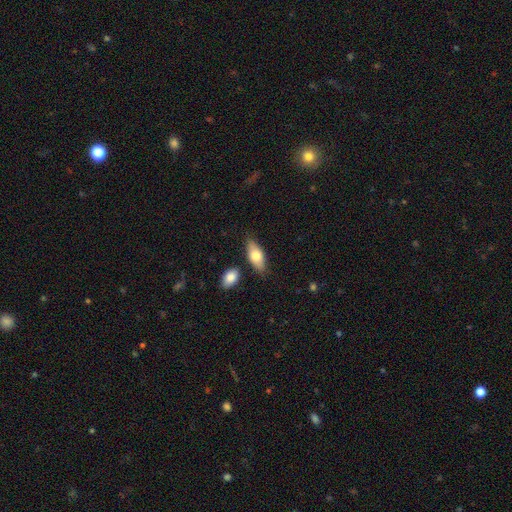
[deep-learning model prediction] Smooth or featured? Predicted: smooth (p=0.70). How rounded? Predicted: in between (p=0.83). Merging? Predicted: none (p=0.76).